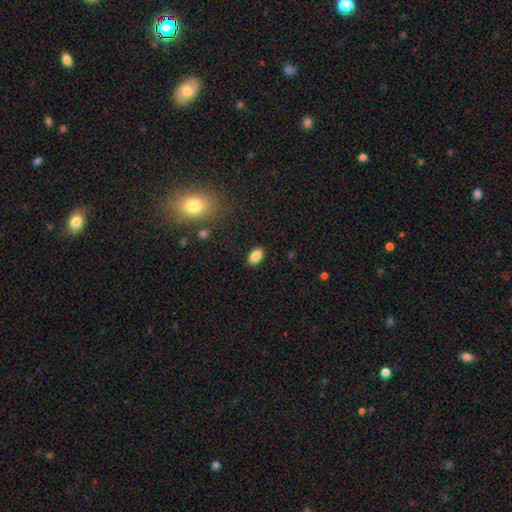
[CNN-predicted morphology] Overall: smooth (86%). How rounded: in between (90%). Merging: none (88%).